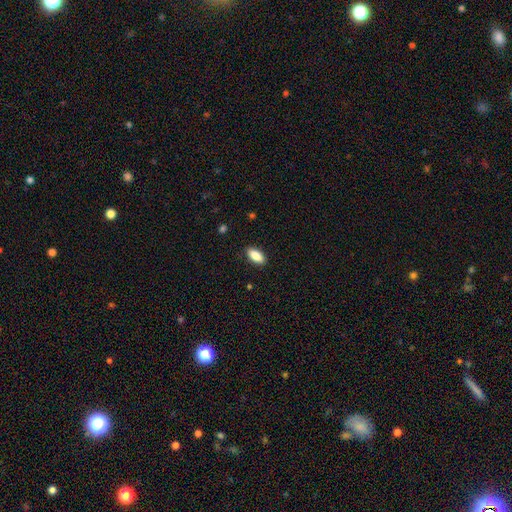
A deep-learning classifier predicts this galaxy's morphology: smooth_or_featured: smooth (p=0.88) [alt: star or artifact p=0.07]
how_rounded: in between (p=0.90) [alt: cigar-shaped p=0.07]
merging: none (p=0.88) [alt: minor disturbance p=0.09]